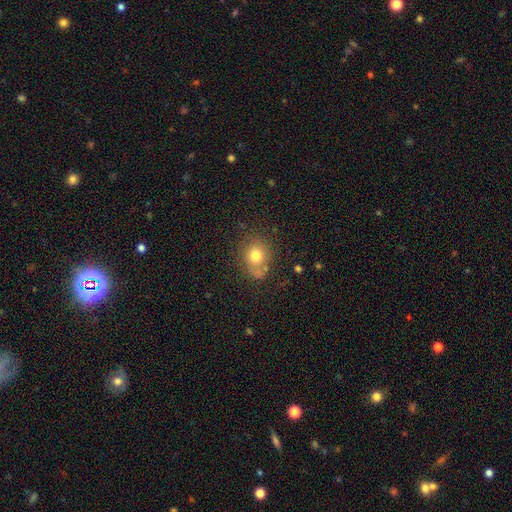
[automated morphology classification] A smooth galaxy with no disk features (74%) that is round (67%). Merging: none (65%).